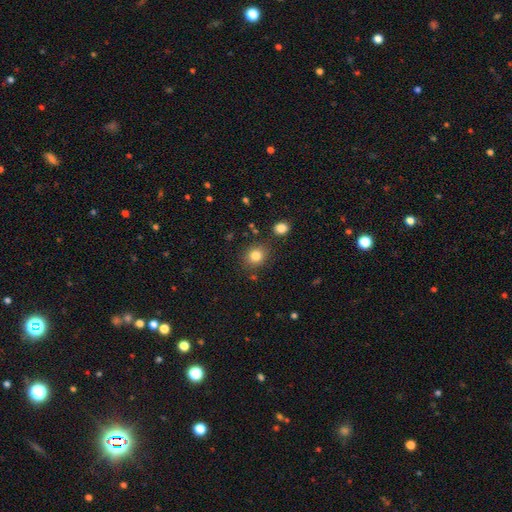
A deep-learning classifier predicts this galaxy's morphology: Q: Smooth or featured?
A: smooth (82%); runner-up: star or artifact (11%)
Q: How rounded?
A: round (74%); runner-up: in between (25%)
Q: Merging?
A: none (83%); runner-up: minor disturbance (9%)